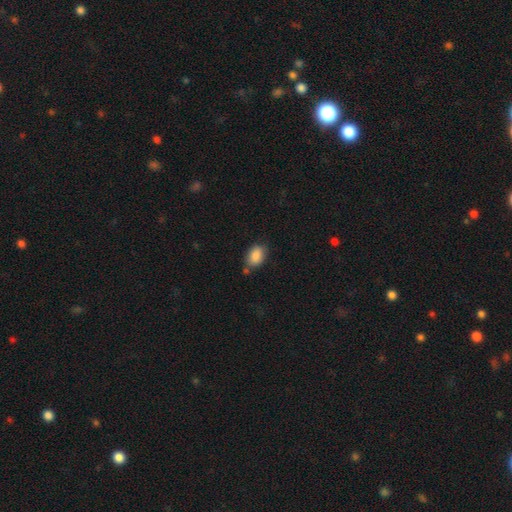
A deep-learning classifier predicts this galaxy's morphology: Smooth or featured? Predicted: smooth (p=0.87). How rounded? Predicted: in between (p=0.85). Merging? Predicted: none (p=0.68).